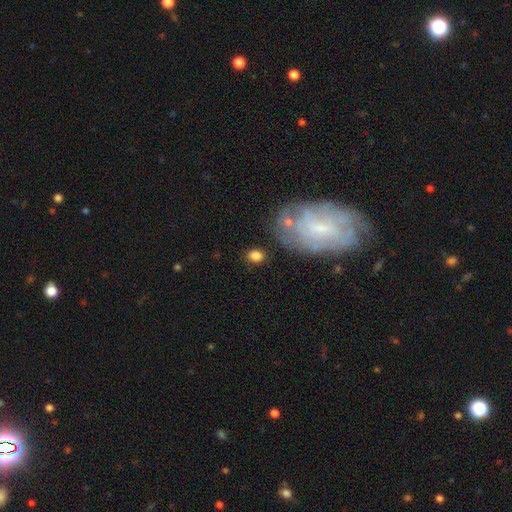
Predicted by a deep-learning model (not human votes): The model was most divided on "how rounded": in between: 70%, round: 29%, cigar-shaped: 2%. More confident: smooth or featured — smooth (82%); merging — none (75%).